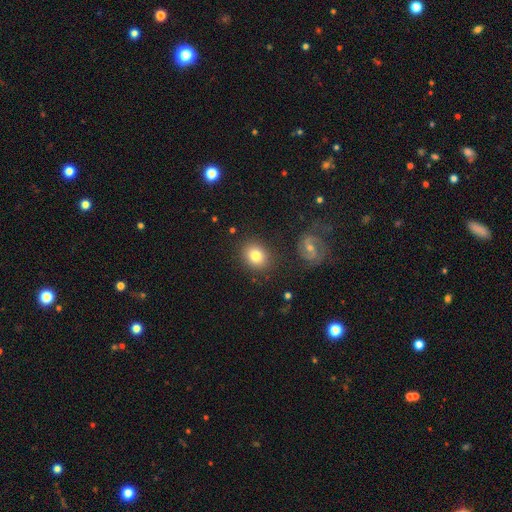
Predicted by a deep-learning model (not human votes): A smooth galaxy with no disk features (79%) that is round (62%).

Vote fractions:
- Smooth or featured? smooth: 79% / featured or disk: 12% / star or artifact: 9%
- How rounded? round: 62% / in between: 37% / cigar-shaped: 1%
- Merging? none: 84% / minor disturbance: 10% / merger: 3% / major disturbance: 3%